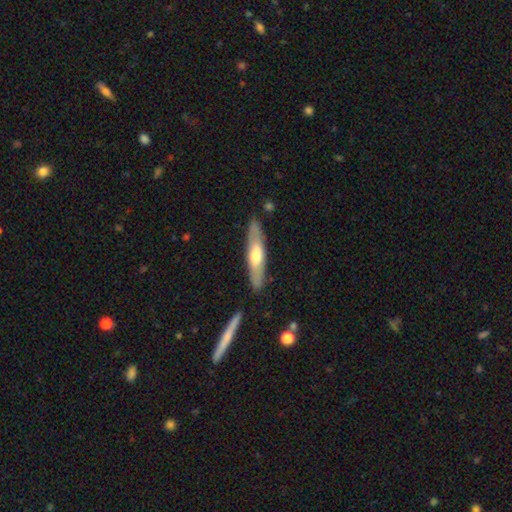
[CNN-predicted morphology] The model was most divided on "smooth or featured": smooth: 49%, featured or disk: 46%, star or artifact: 5%. More confident: merging — none (86%).